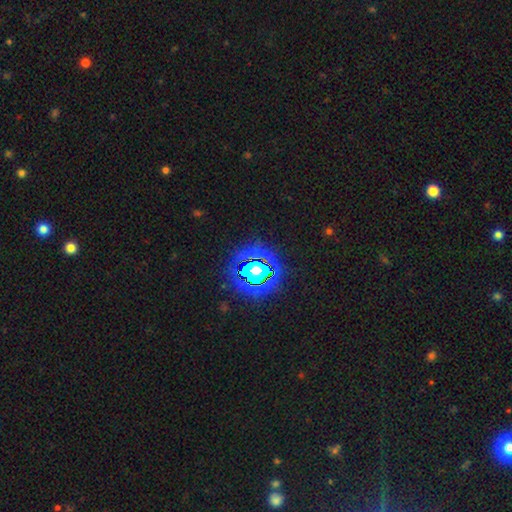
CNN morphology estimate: star or artifact 83%, smooth 10%, featured or disk 7%.